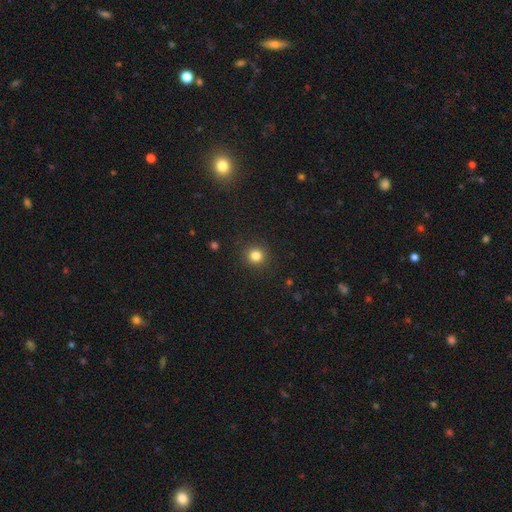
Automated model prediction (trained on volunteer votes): Smooth or featured: smooth — 83% (star or artifact — 13%)
How rounded: round — 93% (in between — 6%)
Merging: none — 91% (minor disturbance — 6%)